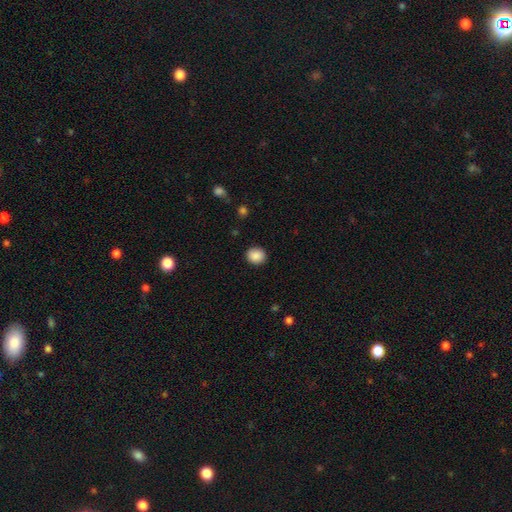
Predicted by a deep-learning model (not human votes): Smooth or featured? smooth (89%)
How rounded? round (75%)
Merging? none (89%)